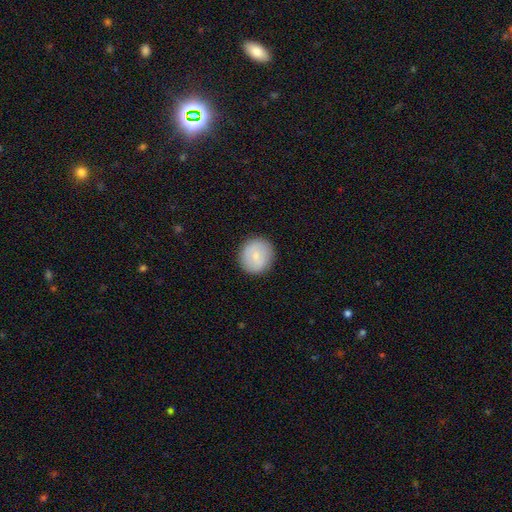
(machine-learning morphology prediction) Smooth or featured? Predicted: smooth (p=0.76). How rounded? Predicted: round (p=0.87). Merging? Predicted: none (p=0.89).